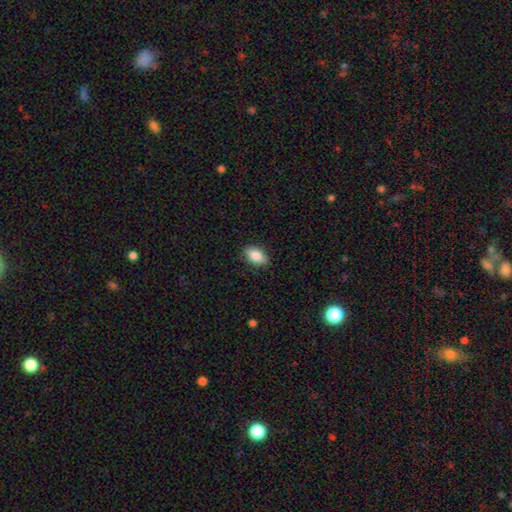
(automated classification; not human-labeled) Morphology: type=smooth (86%); roundness=in between (91%); merging=none (86%).